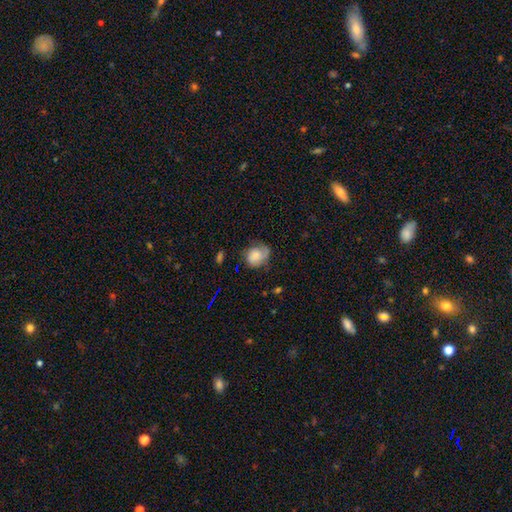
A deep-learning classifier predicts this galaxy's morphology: Overall: smooth (59%; featured or disk 32%). How rounded: round (55%; in between 44%). Merging: none (55%; minor disturbance 30%).